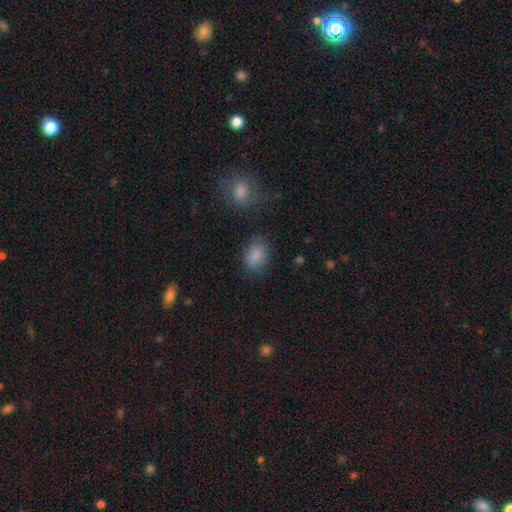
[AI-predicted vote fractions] Smooth or featured?
  - smooth: 86% *
  - star or artifact: 9%
  - featured or disk: 5%
How rounded?
  - in between: 74% *
  - round: 25%
  - cigar-shaped: 1%
Merging?
  - none: 74% *
  - minor disturbance: 17%
  - major disturbance: 5%
  - merger: 4%